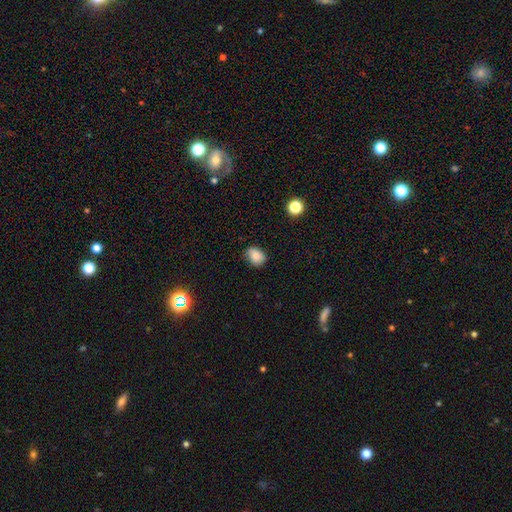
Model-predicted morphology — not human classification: smooth_or_featured: smooth (p=0.84) [alt: star or artifact p=0.10]
how_rounded: in between (p=0.60) [alt: round p=0.39]
merging: none (p=0.73) [alt: minor disturbance p=0.22]